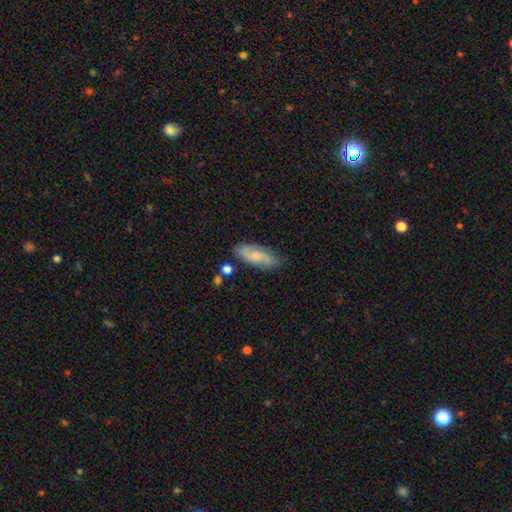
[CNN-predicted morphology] A smooth galaxy with no disk features (54%) that is in between round and cigar-shaped (71%). Merging: none (76%).